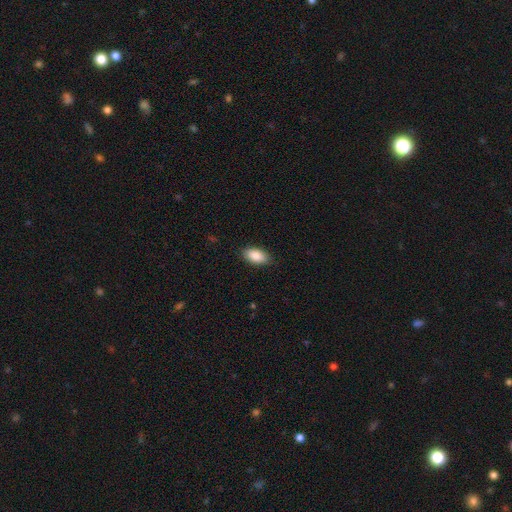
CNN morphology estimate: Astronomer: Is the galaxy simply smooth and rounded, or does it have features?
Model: smooth — 89%.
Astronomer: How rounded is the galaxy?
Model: in between — 93%.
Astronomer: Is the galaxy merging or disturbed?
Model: none — 88%.